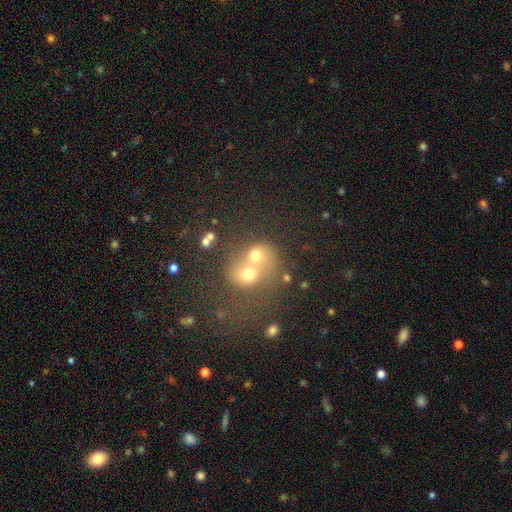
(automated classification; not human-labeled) A smooth galaxy with no disk features (62%) that is round (71%). Merging: merger (65%).